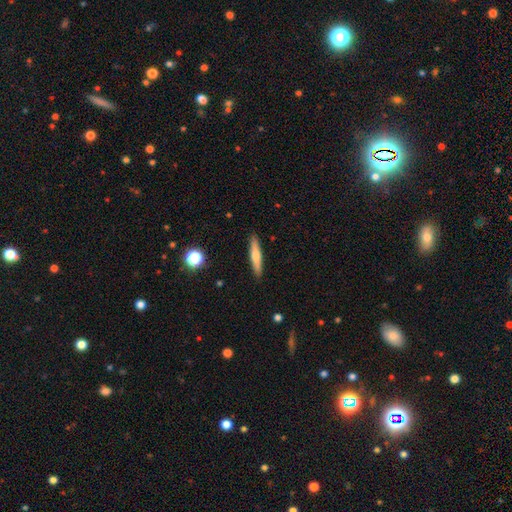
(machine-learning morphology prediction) This is likely a smooth galaxy (60%). How rounded: clearly cigar-shaped (90%). Merging: clearly none (90%).